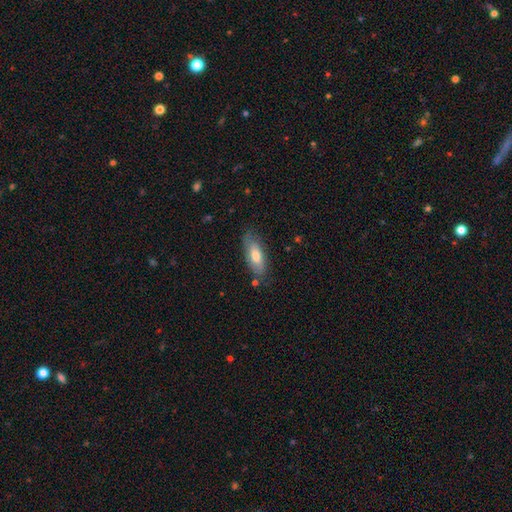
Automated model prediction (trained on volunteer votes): Overall: smooth (70%). How rounded: in between (72%). Merging: none (75%).